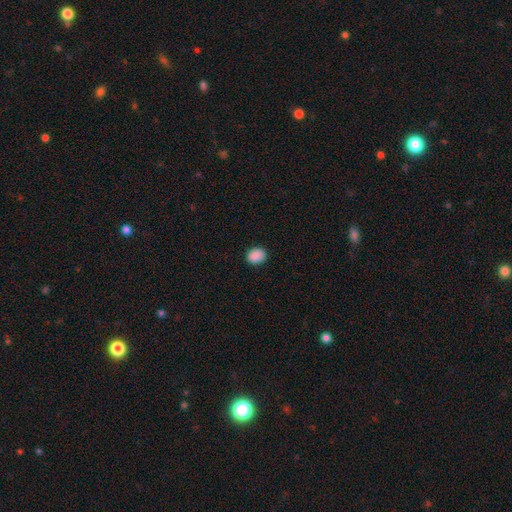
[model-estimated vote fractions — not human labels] Smooth or featured? Predicted: smooth (p=0.89). How rounded? Predicted: round (p=0.53). Merging? Predicted: none (p=0.85).